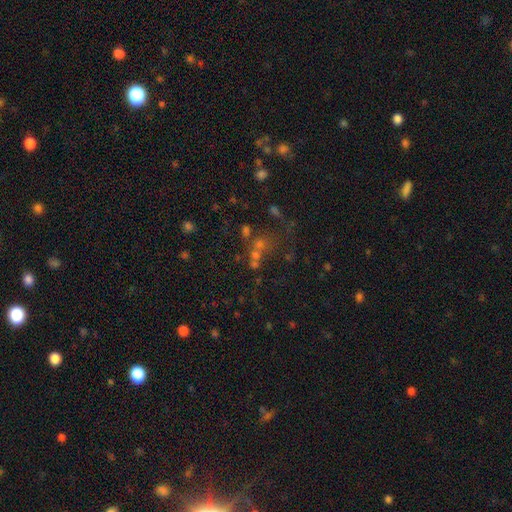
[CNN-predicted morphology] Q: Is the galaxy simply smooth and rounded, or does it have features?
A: star or artifact — 41%.